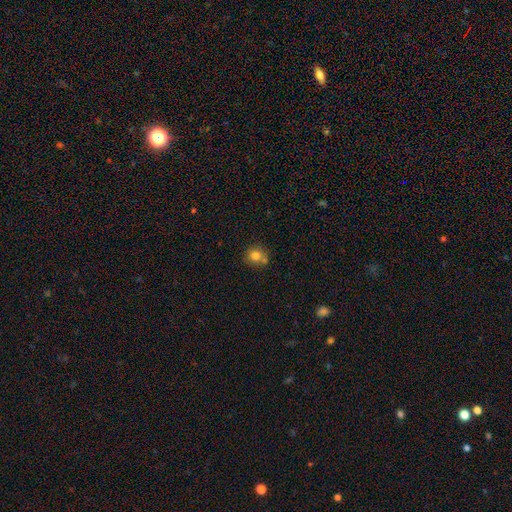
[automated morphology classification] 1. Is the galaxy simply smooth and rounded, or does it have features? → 79% smooth, 11% star or artifact, 10% featured or disk.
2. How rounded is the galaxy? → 83% round, 16% in between, 1% cigar-shaped.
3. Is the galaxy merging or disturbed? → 61% none, 21% merger, 15% minor disturbance, 4% major disturbance.